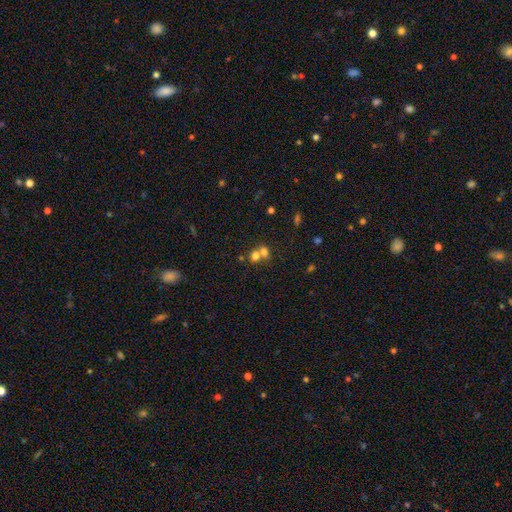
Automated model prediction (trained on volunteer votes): Smooth or featured: smooth — 71% (star or artifact — 15%)
How rounded: round — 64% (in between — 34%)
Merging: merger — 61% (none — 30%)